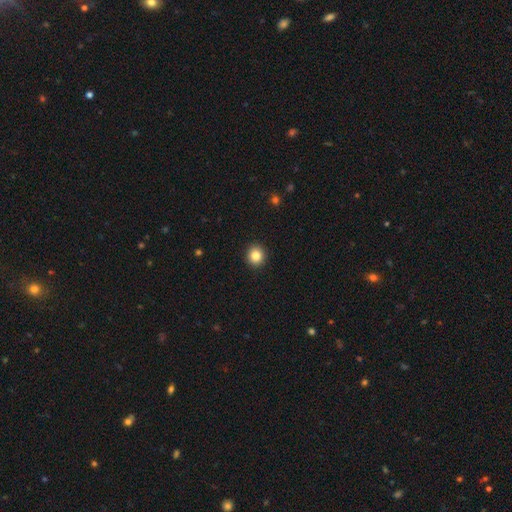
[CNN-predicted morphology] This appears to be a smooth galaxy with no disk features (84%) that is round (90%). Merging: none (93%).